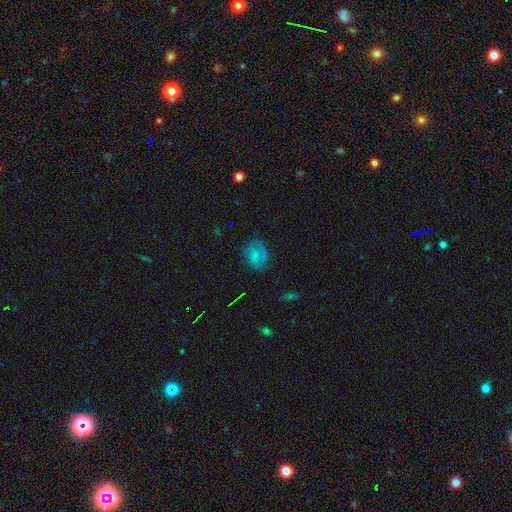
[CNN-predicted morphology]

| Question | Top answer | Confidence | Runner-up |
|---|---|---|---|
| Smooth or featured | smooth | 45% | featured or disk (44%) |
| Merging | none | 68% | minor disturbance (22%) |